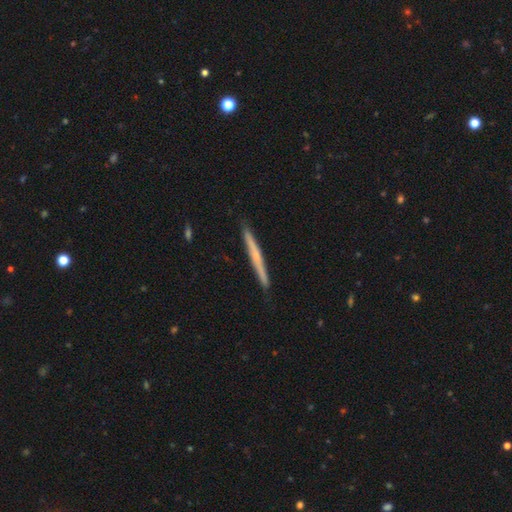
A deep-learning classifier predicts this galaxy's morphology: This is possibly a featured or disk galaxy (57%). It is clearly viewed edge-on (97%). Edge-on bulge: possibly none (59%). Merging: clearly none (91%).